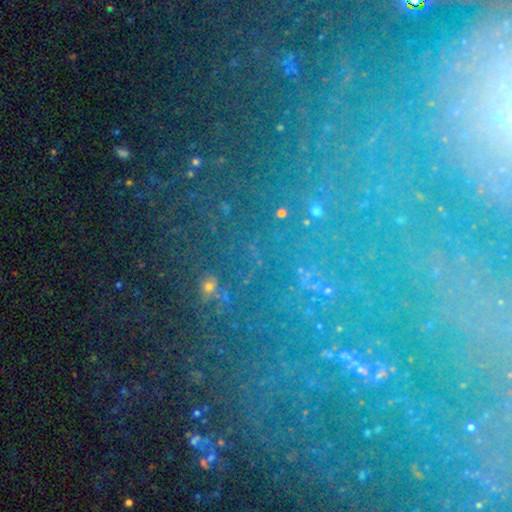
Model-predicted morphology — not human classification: Smooth or featured? star or artifact (72%)